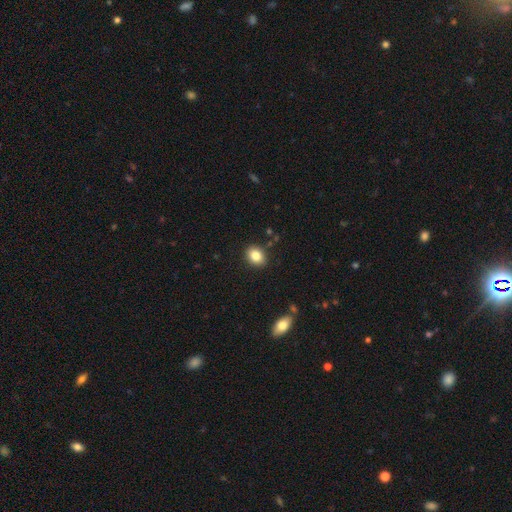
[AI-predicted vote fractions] smooth 84%, star or artifact 9%, featured or disk 6%. Down the decision tree: how rounded — in between (53%); merging — none (88%).